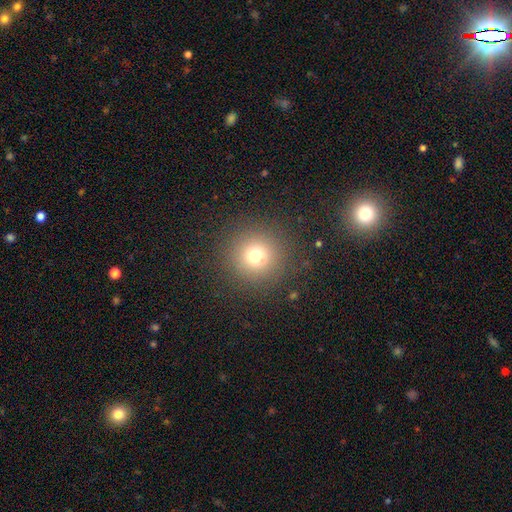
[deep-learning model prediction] smooth 72%, star or artifact 18%, featured or disk 10%. Down the decision tree: how rounded — round (96%); merging — none (89%).